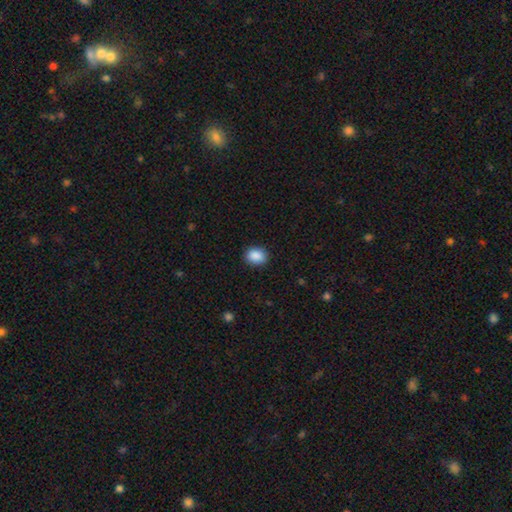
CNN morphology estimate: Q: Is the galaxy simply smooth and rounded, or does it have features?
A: smooth — 89%.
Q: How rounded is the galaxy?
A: in between — 59%.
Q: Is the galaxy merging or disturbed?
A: none — 88%.